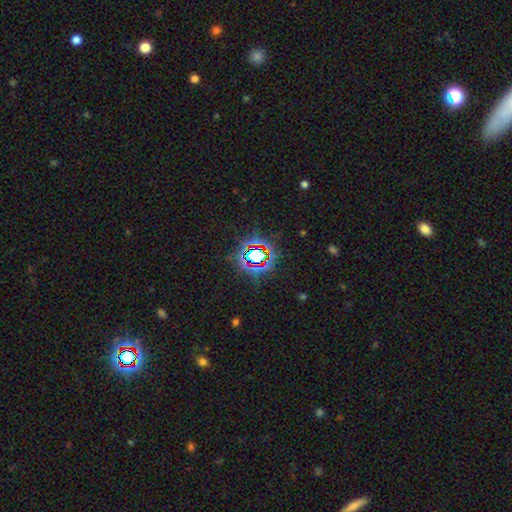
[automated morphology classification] type=star or artifact (75%).